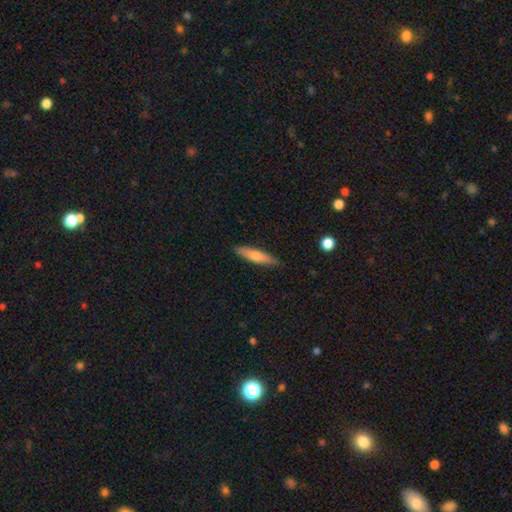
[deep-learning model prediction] A smooth galaxy with no disk features (57%) that is cigar-shaped (83%). Merging: none (88%).